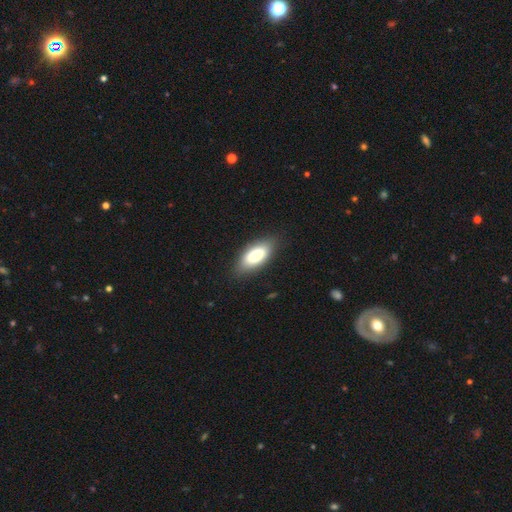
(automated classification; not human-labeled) smooth 77%, featured or disk 17%, star or artifact 7%. Down the decision tree: how rounded — in between (86%); merging — none (84%).